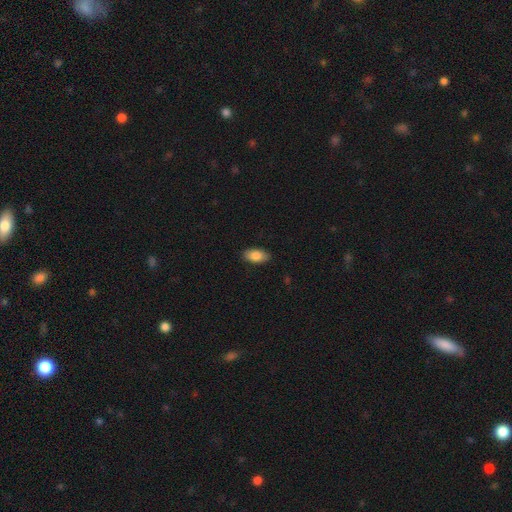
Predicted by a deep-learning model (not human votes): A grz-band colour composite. It shows a smooth galaxy with no disk features (87%) that is in between round and cigar-shaped (93%). Merging: none (88%).